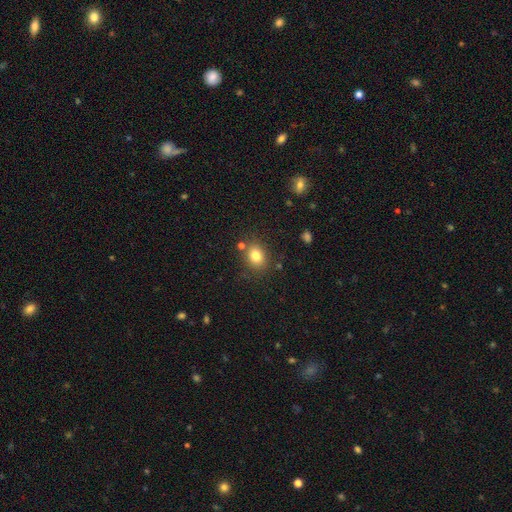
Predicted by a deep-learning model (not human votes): Smooth or featured: smooth — 80% (star or artifact — 12%)
How rounded: in between — 50% (round — 49%)
Merging: none — 78% (minor disturbance — 11%)